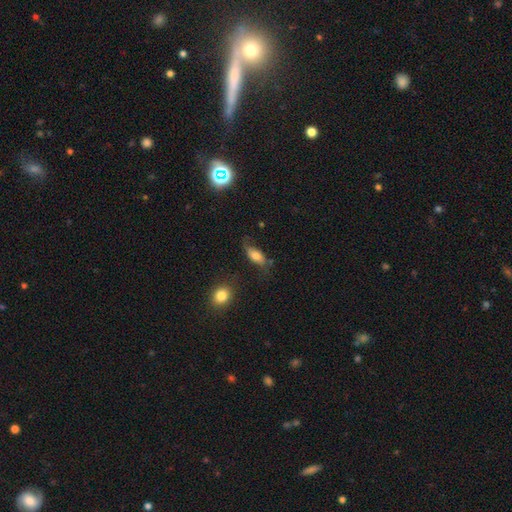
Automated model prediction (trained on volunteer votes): A smooth galaxy with no disk features (56%) that is in between round and cigar-shaped (79%).

Vote fractions:
- Smooth or featured? smooth: 56% / featured or disk: 34% / star or artifact: 10%
- How rounded? in between: 79% / cigar-shaped: 14% / round: 7%
- Merging? none: 52% / minor disturbance: 27% / major disturbance: 17% / merger: 3%